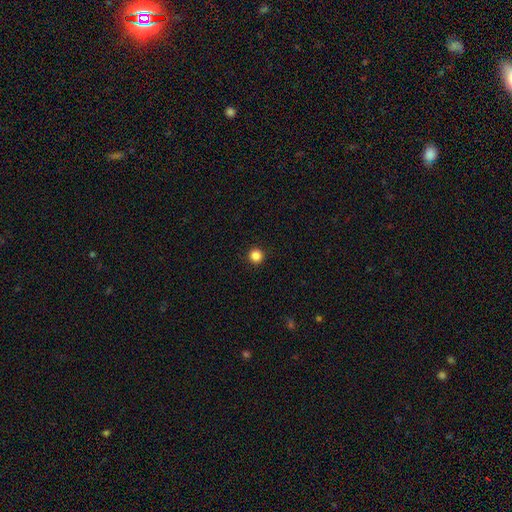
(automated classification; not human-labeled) A smooth galaxy with no disk features (86%) that is round (95%). Merging: none (93%).